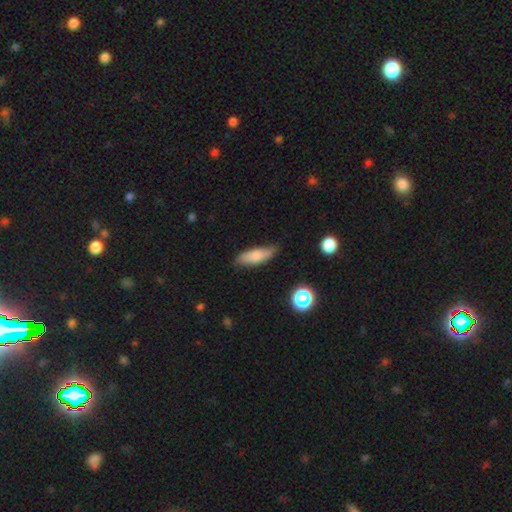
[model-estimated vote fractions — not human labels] A smooth galaxy with no disk features (77%) that is in between round and cigar-shaped (55%). Merging: none (74%).